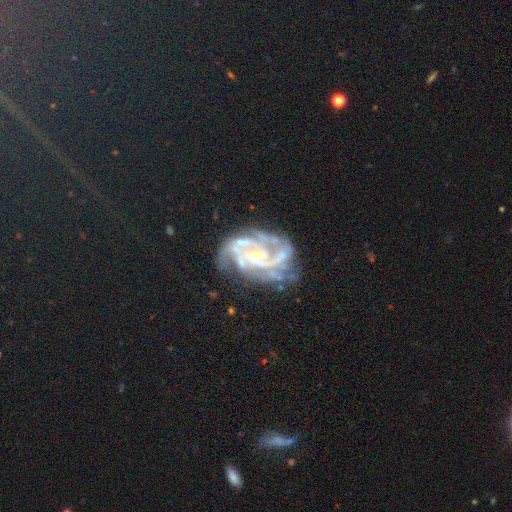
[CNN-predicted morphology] type=featured or disk (88%); edge-on=no (98%); bar=no (52%); spiral arms=yes (97%); winding=tight (48%); arm count=3 (28%); bulge=small (74%); merging=none (62%).